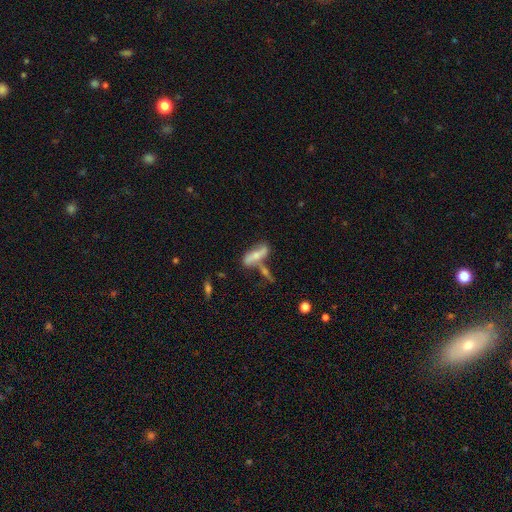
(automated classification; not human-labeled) Q: Smooth or featured?
A: featured or disk (50%); runner-up: smooth (41%)
Q: Edge-on disk?
A: no (65%); runner-up: yes (35%)
Q: Merging?
A: none (41%); runner-up: merger (31%)